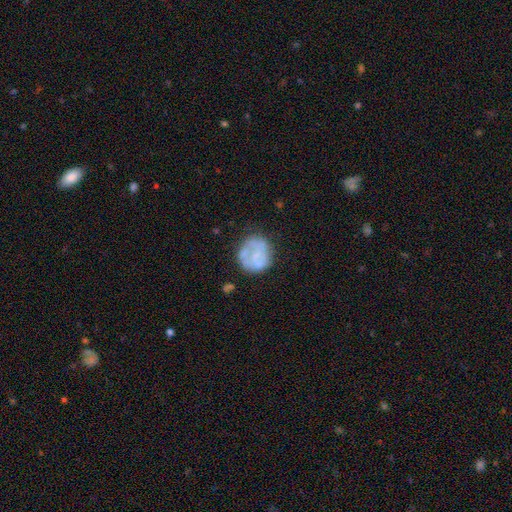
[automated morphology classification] Smooth or featured? Predicted: featured or disk (p=0.47). Merging? Predicted: none (p=0.62).